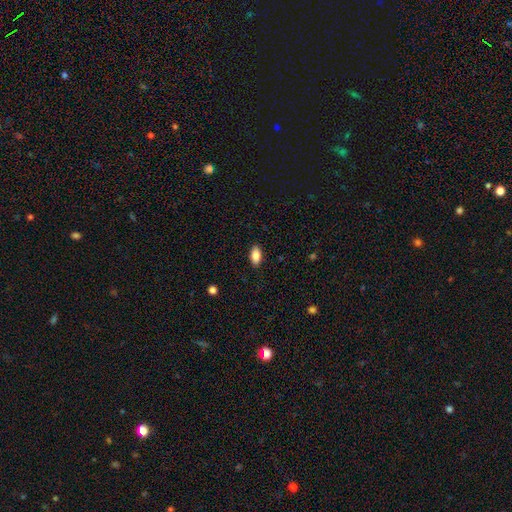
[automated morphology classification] smooth_or_featured: smooth (p=0.87) [alt: star or artifact p=0.07]
how_rounded: in between (p=0.90) [alt: cigar-shaped p=0.06]
merging: none (p=0.88) [alt: minor disturbance p=0.09]